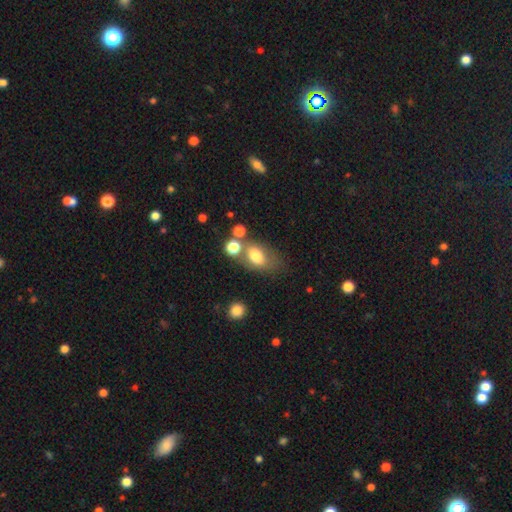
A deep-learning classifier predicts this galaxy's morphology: smooth-or-featured: smooth: 73% | featured or disk: 17% | star or artifact: 11%
  how-rounded: in between: 81% | round: 17% | cigar-shaped: 2%
  merging: none: 50% | merger: 21% | minor disturbance: 19% | major disturbance: 10%